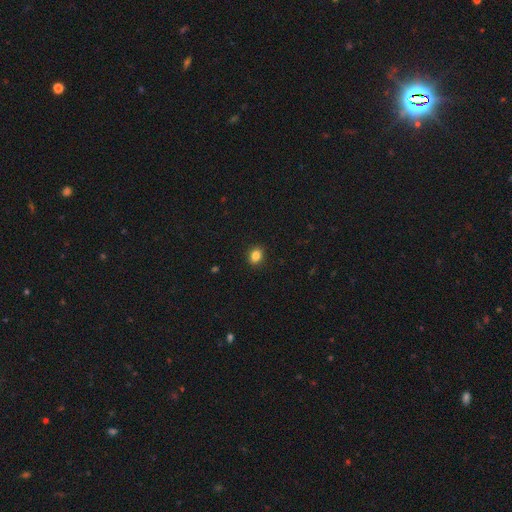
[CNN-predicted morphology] Q: Smooth or featured?
A: smooth (85%); runner-up: star or artifact (11%)
Q: How rounded?
A: in between (50%); runner-up: round (49%)
Q: Merging?
A: none (91%); runner-up: minor disturbance (7%)